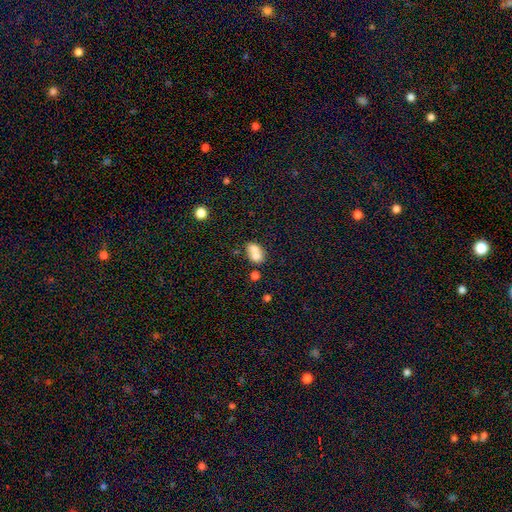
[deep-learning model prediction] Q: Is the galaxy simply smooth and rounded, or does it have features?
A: smooth — 70%.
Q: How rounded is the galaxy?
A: in between — 61%.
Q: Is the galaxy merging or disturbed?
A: merger — 63%.